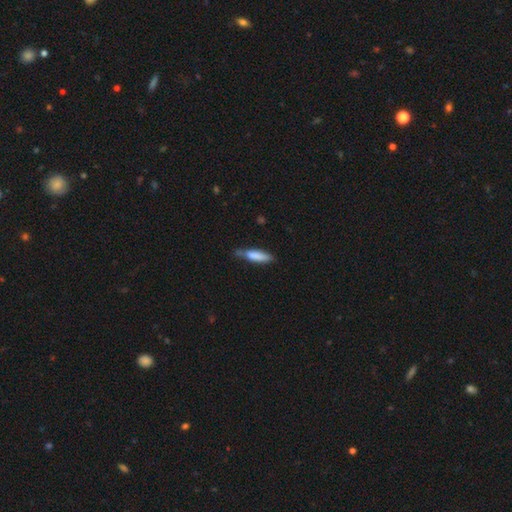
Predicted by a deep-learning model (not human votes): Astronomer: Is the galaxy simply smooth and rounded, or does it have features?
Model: smooth — 77%.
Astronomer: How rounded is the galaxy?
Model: cigar-shaped — 72%.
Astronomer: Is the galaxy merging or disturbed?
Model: none — 61%.